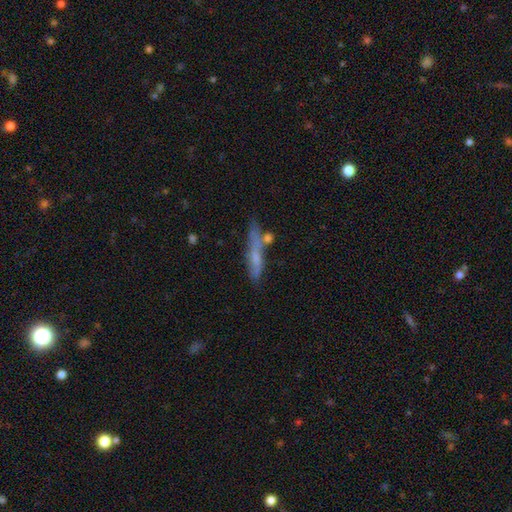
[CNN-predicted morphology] Smooth or featured? Predicted: smooth (p=0.47). Merging? Predicted: none (p=0.61).